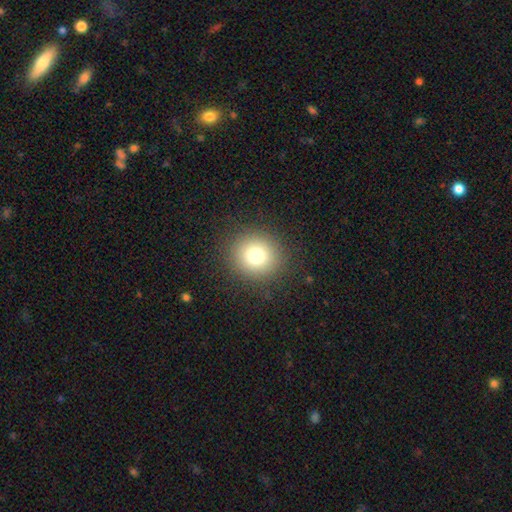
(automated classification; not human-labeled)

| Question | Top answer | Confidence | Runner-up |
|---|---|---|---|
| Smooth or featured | smooth | 76% | star or artifact (14%) |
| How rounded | round | 90% | in between (9%) |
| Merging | none | 89% | minor disturbance (7%) |